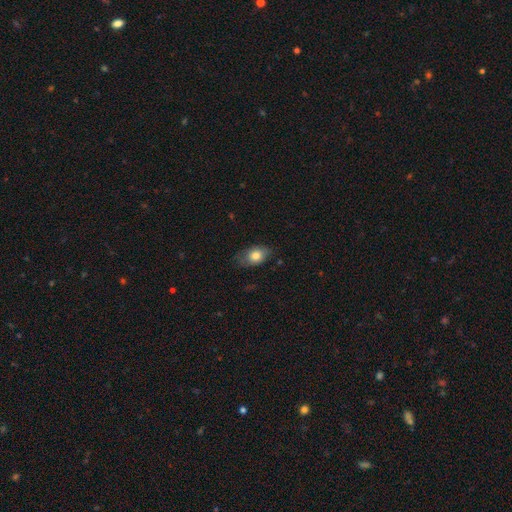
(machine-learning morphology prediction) type=smooth (76%); roundness=in between (83%); merging=none (62%).